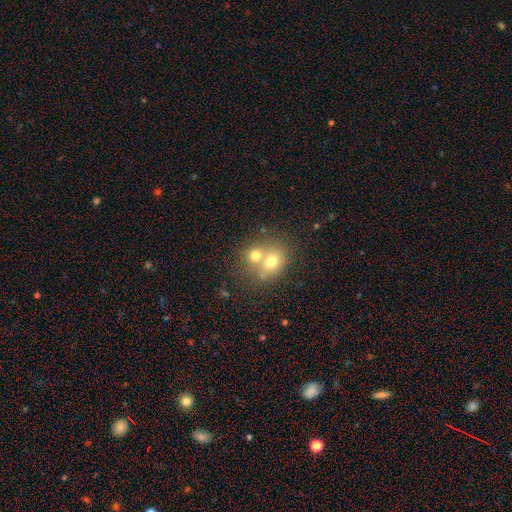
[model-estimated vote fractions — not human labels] Smooth or featured? Predicted: smooth (p=0.68). How rounded? Predicted: round (p=0.65). Merging? Predicted: merger (p=0.62).